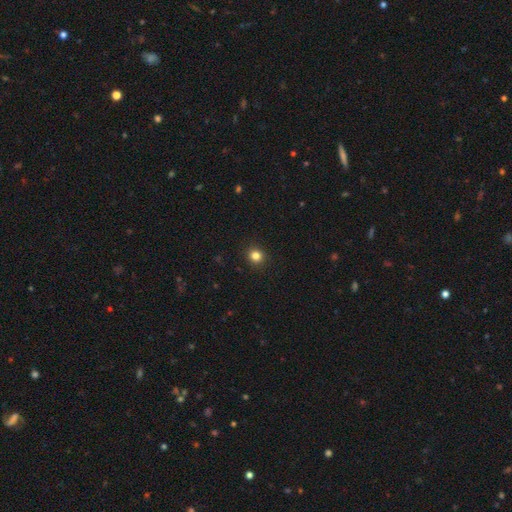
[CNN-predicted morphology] smooth_or_featured: smooth (p=0.83) [alt: star or artifact p=0.13]
how_rounded: round (p=0.88) [alt: in between p=0.11]
merging: none (p=0.92) [alt: minor disturbance p=0.05]